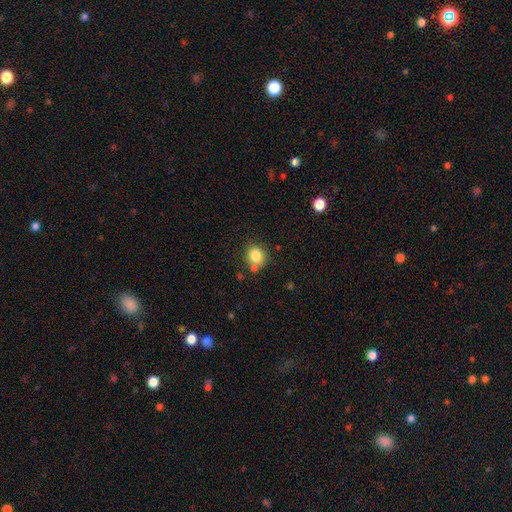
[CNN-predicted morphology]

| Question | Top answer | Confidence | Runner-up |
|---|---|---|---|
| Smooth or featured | smooth | 81% | star or artifact (11%) |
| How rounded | round | 74% | in between (25%) |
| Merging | none | 67% | merger (14%) |